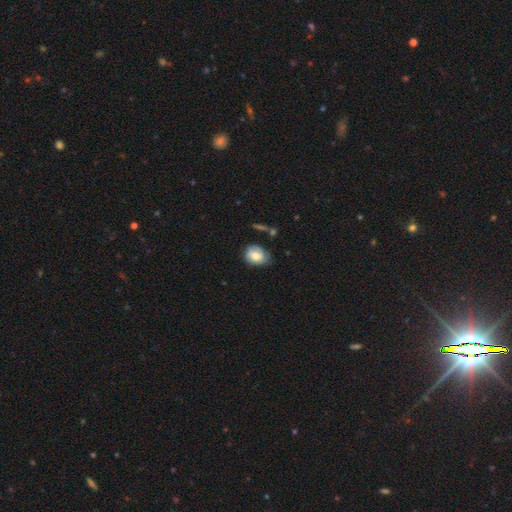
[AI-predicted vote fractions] smooth-or-featured: smooth: 70% | featured or disk: 22% | star or artifact: 8%
  how-rounded: round: 51% | in between: 48% | cigar-shaped: 1%
  merging: none: 58% | minor disturbance: 31% | major disturbance: 8% | merger: 4%